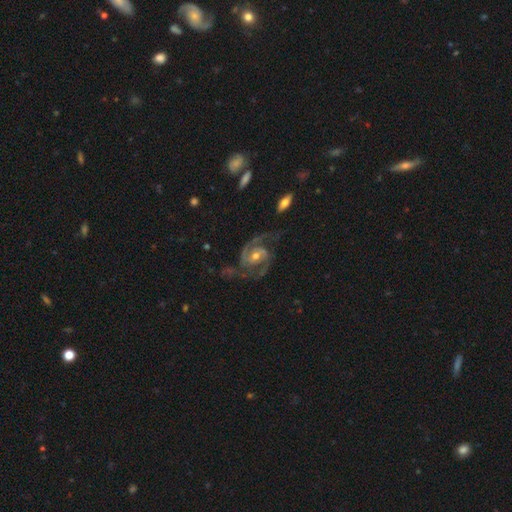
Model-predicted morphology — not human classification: A featured or disk galaxy (92%) with no bar (57%), 2 (89%) medium (59%) spiral arms (98%) and a moderate central bulge (63%). Merging: none (70%).